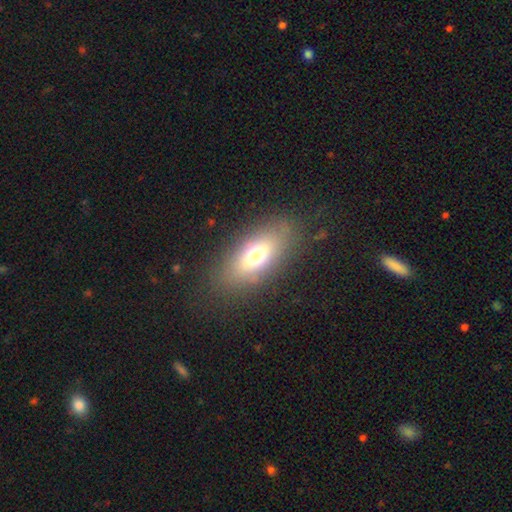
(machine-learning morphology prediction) Smooth or featured? smooth (67%)
How rounded? in between (80%)
Merging? none (81%)